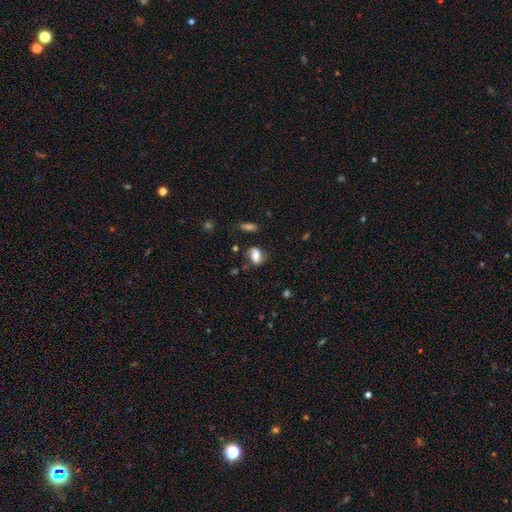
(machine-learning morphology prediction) smooth-or-featured: smooth: 60% | featured or disk: 30% | star or artifact: 9%
  how-rounded: in between: 74% | round: 24% | cigar-shaped: 2%
  merging: none: 64% | minor disturbance: 22% | major disturbance: 9% | merger: 5%